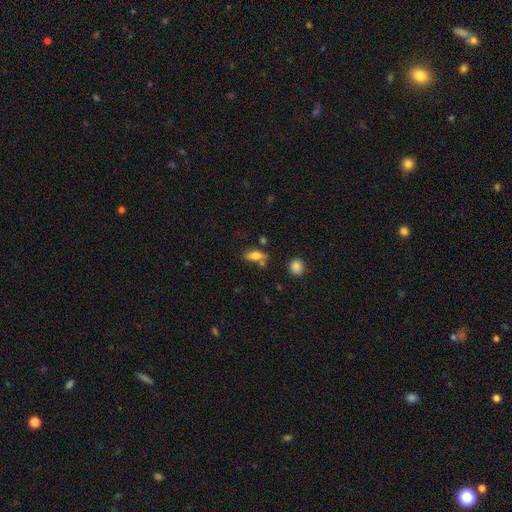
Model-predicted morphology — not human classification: A smooth galaxy with no disk features (78%) that is in between round and cigar-shaped (81%). Merging: none (64%).